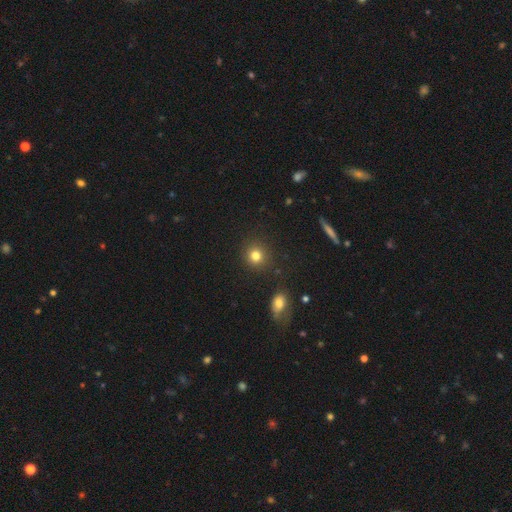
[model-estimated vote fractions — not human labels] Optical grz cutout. It shows a smooth galaxy with no disk features (81%) that is round (90%). Merging: none (88%).